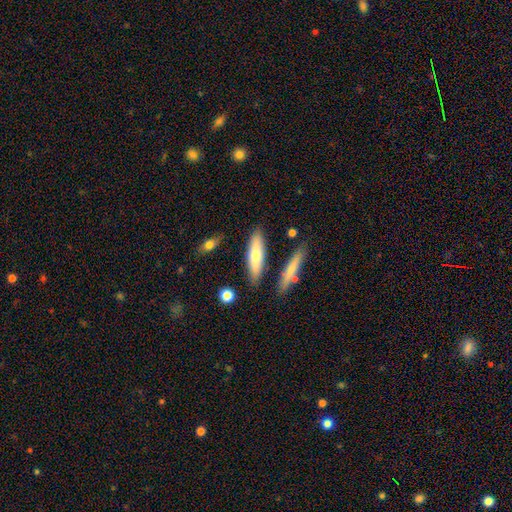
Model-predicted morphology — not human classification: Q: Smooth or featured?
A: smooth (66%); runner-up: featured or disk (28%)
Q: How rounded?
A: cigar-shaped (67%); runner-up: in between (31%)
Q: Merging?
A: none (81%); runner-up: minor disturbance (11%)